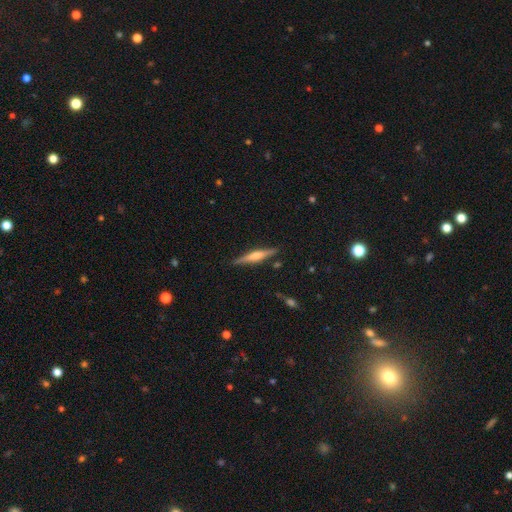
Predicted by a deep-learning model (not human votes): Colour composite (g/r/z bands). It shows a featured or disk galaxy (62%) viewed edge-on (97%) with a rounded central bulge (73%). Merging: none (88%).